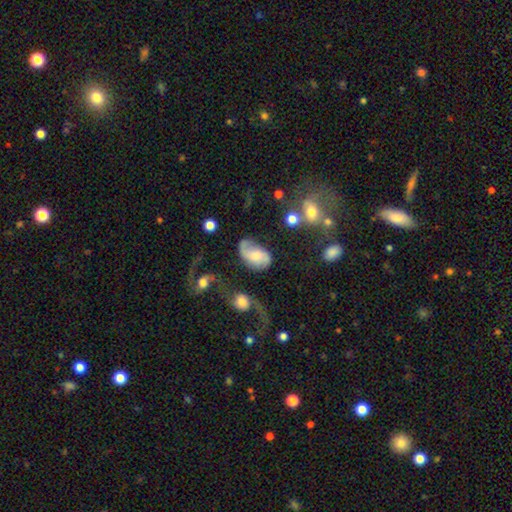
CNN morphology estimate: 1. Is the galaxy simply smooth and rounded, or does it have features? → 60% featured or disk, 32% smooth, 9% star or artifact.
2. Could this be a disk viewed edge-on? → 97% no, 3% yes.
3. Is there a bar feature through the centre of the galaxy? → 59% no, 33% weak, 8% strong.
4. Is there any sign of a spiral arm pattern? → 87% yes, 13% no.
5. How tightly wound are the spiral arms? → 49% loose, 37% medium, 14% tight.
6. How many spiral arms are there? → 82% 2, 7% can't tell, 7% 1, 1% 3, 1% 4, 1% more than 4.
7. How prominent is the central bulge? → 37% moderate, 32% small, 20% none, 9% large, 2% dominant.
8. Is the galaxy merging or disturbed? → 50% none, 24% minor disturbance, 17% major disturbance, 9% merger.